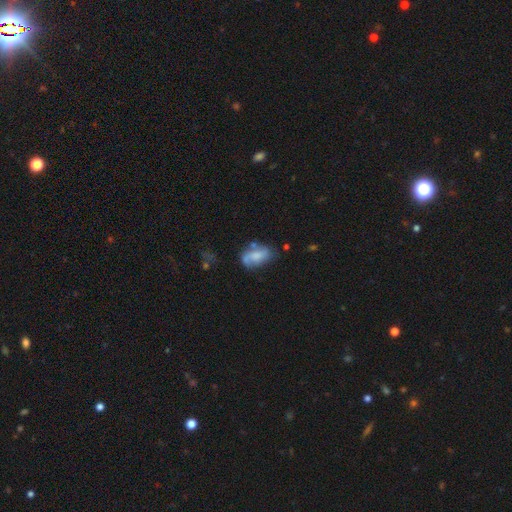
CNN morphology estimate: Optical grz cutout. It shows a smooth galaxy with no disk features (57%) that is in between round and cigar-shaped (89%). Merging: none (45%).